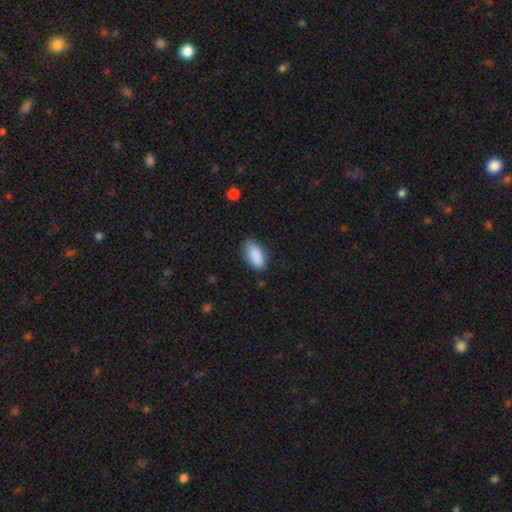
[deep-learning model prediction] A smooth galaxy with no disk features (89%) that is in between round and cigar-shaped (92%). Merging: none (77%).